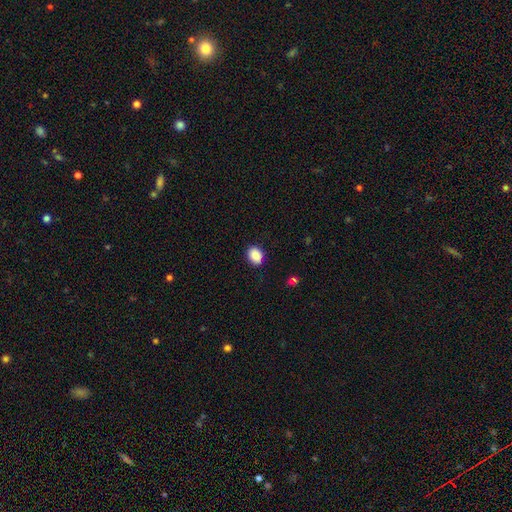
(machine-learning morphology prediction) Overall: smooth (87%). How rounded: in between (60%; round 39%). Merging: none (87%).